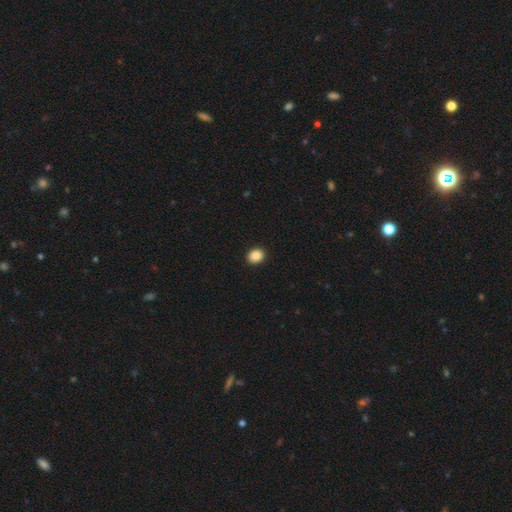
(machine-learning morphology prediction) Smooth or featured? Predicted: smooth (p=0.88). How rounded? Predicted: round (p=0.66). Merging? Predicted: none (p=0.93).